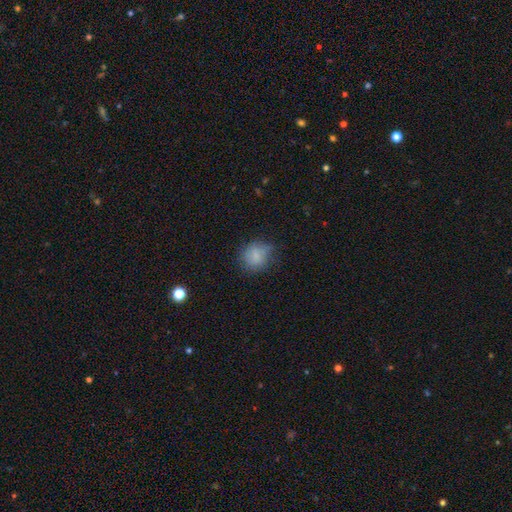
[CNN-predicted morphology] A smooth galaxy with no disk features (80%) that is round (75%). Merging: none (66%).